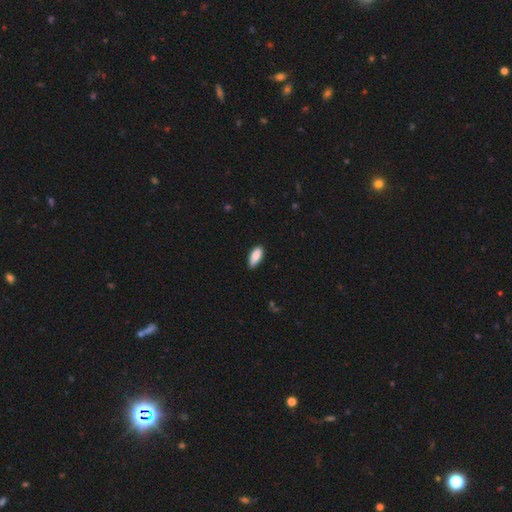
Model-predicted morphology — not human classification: smooth_or_featured: smooth (p=0.87) [alt: featured or disk p=0.07]
how_rounded: in between (p=0.85) [alt: cigar-shaped p=0.13]
merging: none (p=0.76) [alt: minor disturbance p=0.20]